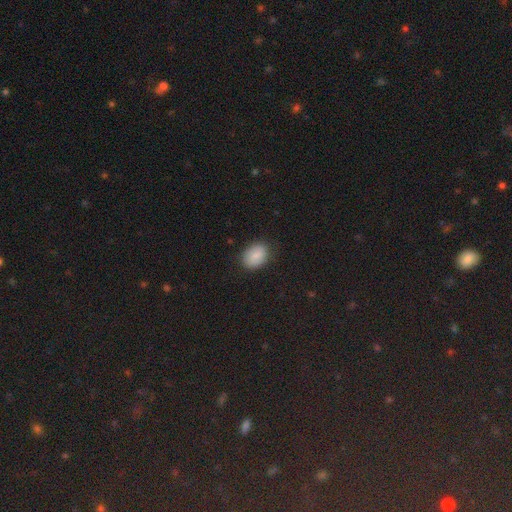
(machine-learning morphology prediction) This appears to be a smooth galaxy with no disk features (86%) that is in between round and cigar-shaped (74%). Merging: none (84%).